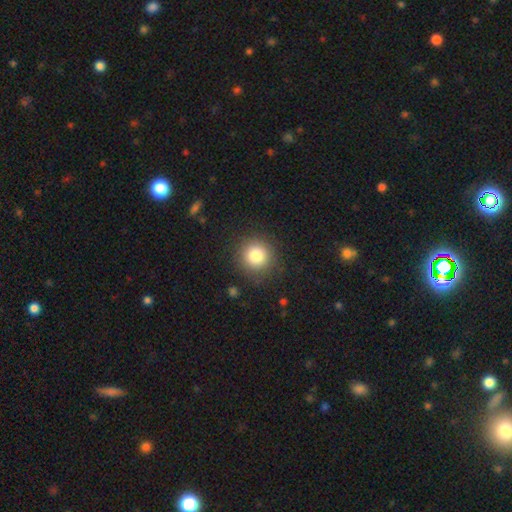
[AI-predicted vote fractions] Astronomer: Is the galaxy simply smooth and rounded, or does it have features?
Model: smooth — 82%.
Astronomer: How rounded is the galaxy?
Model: round — 94%.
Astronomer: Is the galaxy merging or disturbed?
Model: none — 88%.